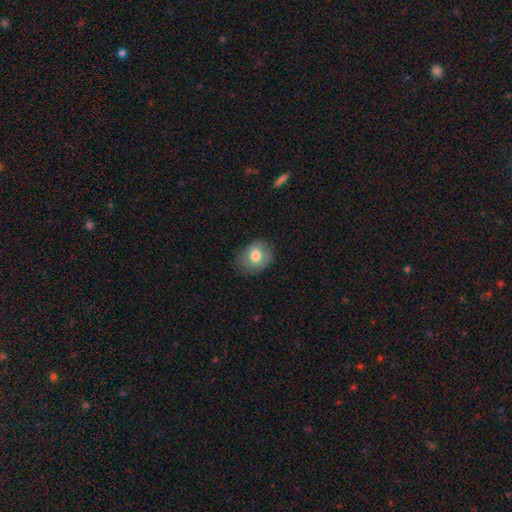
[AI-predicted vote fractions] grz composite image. It shows a smooth galaxy with no disk features (76%) that is in between round and cigar-shaped (51%). Merging: none (75%).